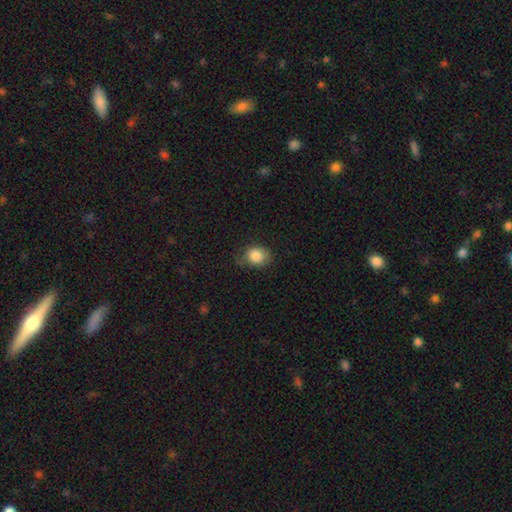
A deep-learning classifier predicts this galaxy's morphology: This is clearly a smooth galaxy (85%). How rounded: possibly round (54%). Merging: likely none (69%).